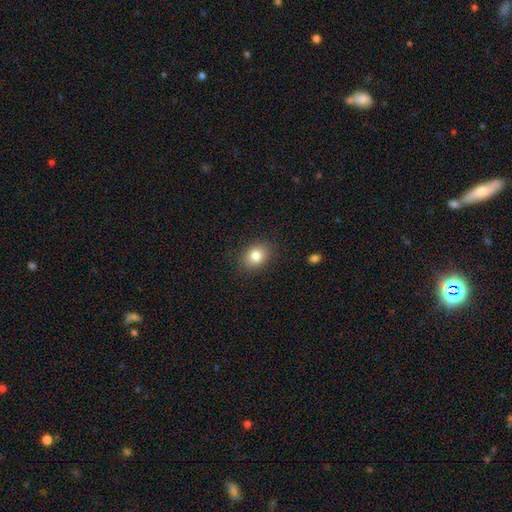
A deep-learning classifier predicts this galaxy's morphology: type=smooth (82%); roundness=in between (51%); merging=none (87%).